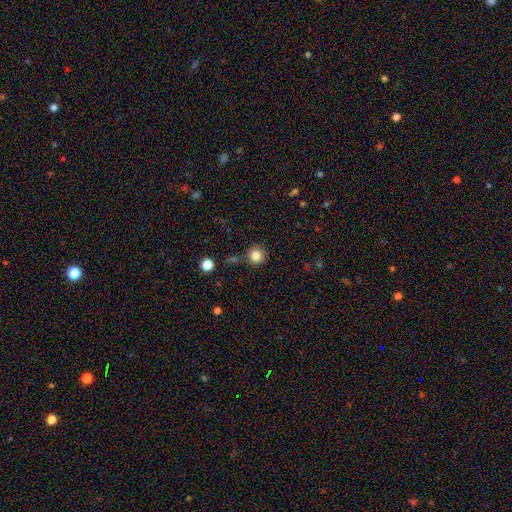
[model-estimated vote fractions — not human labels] smooth 84%, star or artifact 11%, featured or disk 5%. Down the decision tree: how rounded — round (93%); merging — none (83%).